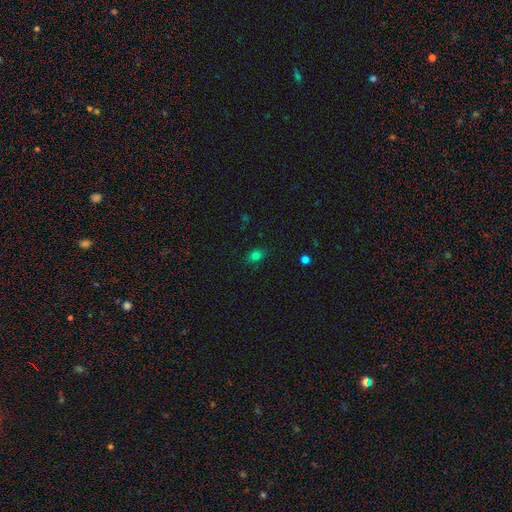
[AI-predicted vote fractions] Overall: smooth (77%). How rounded: in between (61%; round 38%). Merging: none (82%).